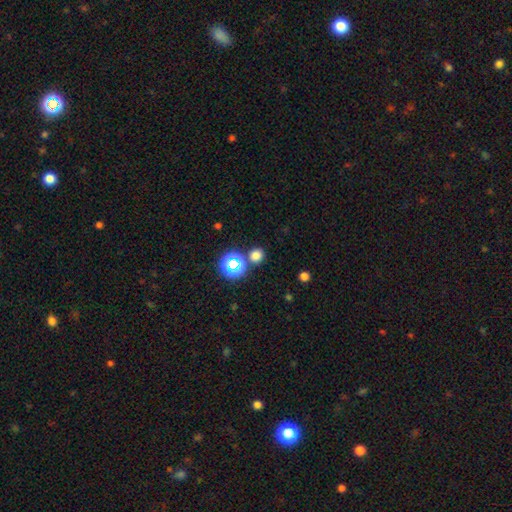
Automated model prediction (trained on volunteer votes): Smooth or featured: smooth — 70% (star or artifact — 25%)
How rounded: round — 85% (in between — 14%)
Merging: none — 79% (merger — 10%)